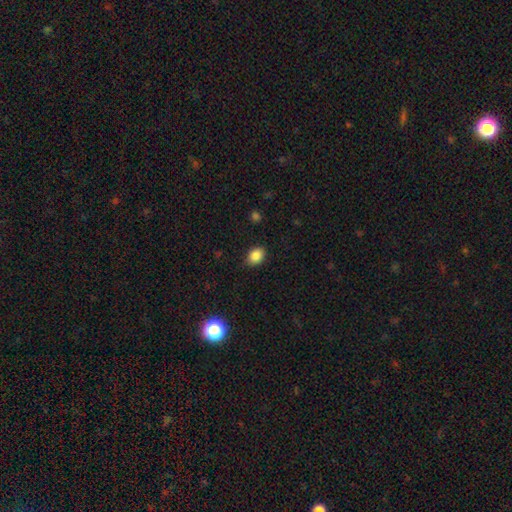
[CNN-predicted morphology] Smooth or featured? smooth (86%)
How rounded? in between (65%)
Merging? none (86%)